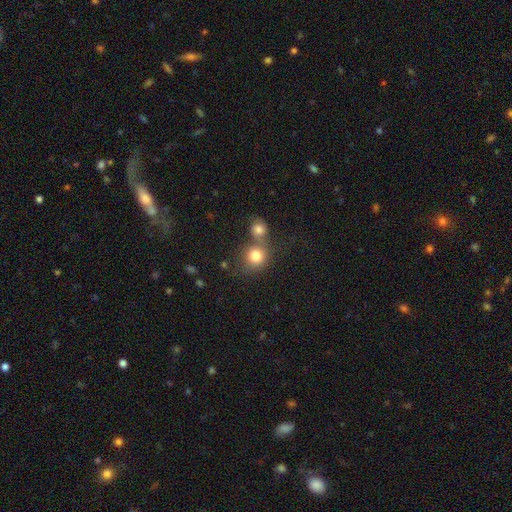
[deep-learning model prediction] Smooth or featured?
  - smooth: 81% *
  - star or artifact: 11%
  - featured or disk: 9%
How rounded?
  - round: 86% *
  - in between: 13%
  - cigar-shaped: 1%
Merging?
  - none: 45% *
  - merger: 43%
  - minor disturbance: 8%
  - major disturbance: 4%